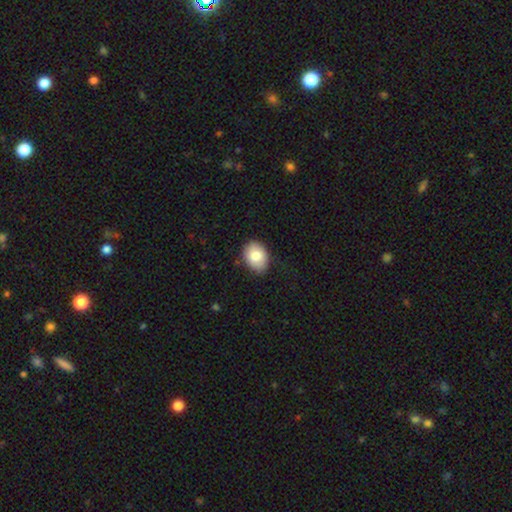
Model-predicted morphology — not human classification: Smooth or featured?
  - smooth: 82% *
  - featured or disk: 11%
  - star or artifact: 7%
How rounded?
  - in between: 70% *
  - round: 29%
  - cigar-shaped: 1%
Merging?
  - none: 80% *
  - minor disturbance: 16%
  - major disturbance: 3%
  - merger: 1%